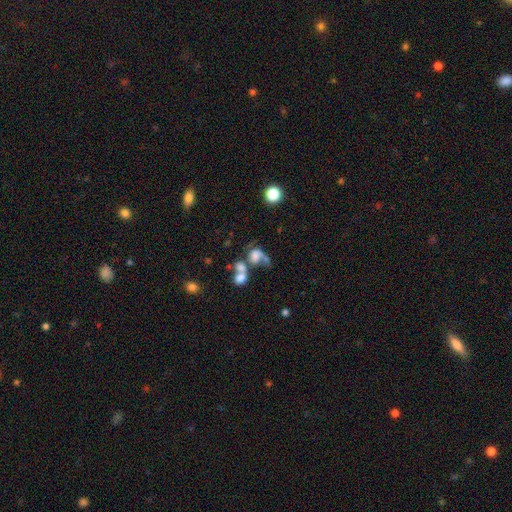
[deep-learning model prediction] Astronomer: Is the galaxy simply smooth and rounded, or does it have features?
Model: smooth — 51% (runner-up: featured or disk, 35%).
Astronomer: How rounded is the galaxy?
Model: in between — 52% (runner-up: round, 46%).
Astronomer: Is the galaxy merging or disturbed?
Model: merger — 53%.